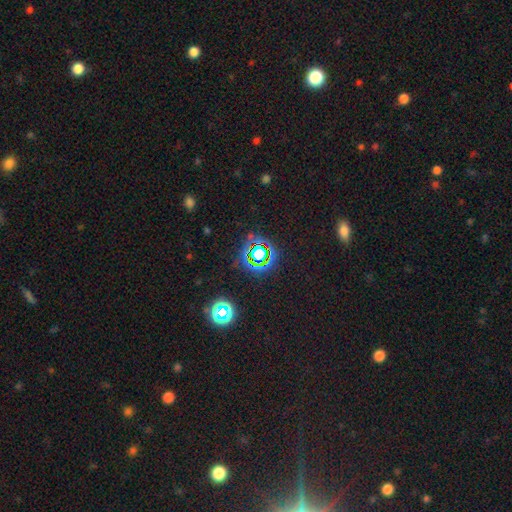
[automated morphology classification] Smooth or featured: star or artifact — 68% (smooth — 21%)